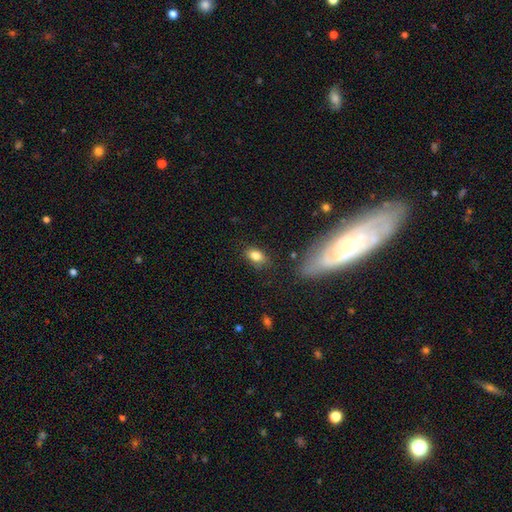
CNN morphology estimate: This is clearly a smooth galaxy (82%). How rounded: clearly in between (84%). Merging: likely none (78%).